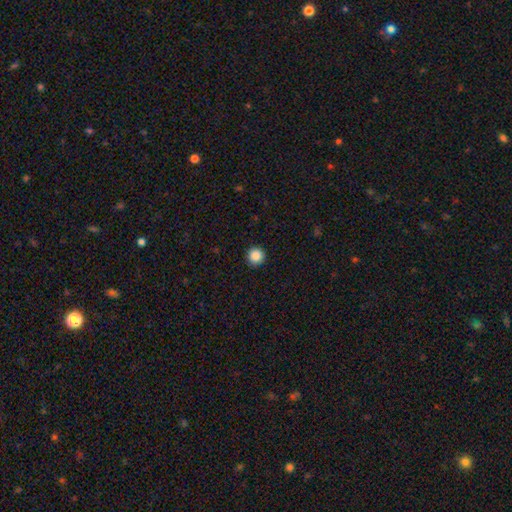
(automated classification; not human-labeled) Q: Smooth or featured?
A: smooth (88%); runner-up: star or artifact (10%)
Q: How rounded?
A: round (96%); runner-up: in between (3%)
Q: Merging?
A: none (92%); runner-up: minor disturbance (5%)